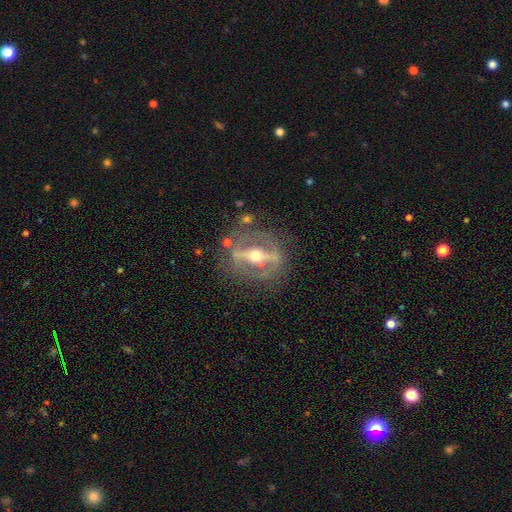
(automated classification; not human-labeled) This is clearly a featured or disk galaxy (84%). It is likely not viewed edge-on (65%). Bar: clearly strong (82%). Spiral arm pattern: likely no (68%). Central bulge: likely moderate (69%). Merging: likely none (74%).